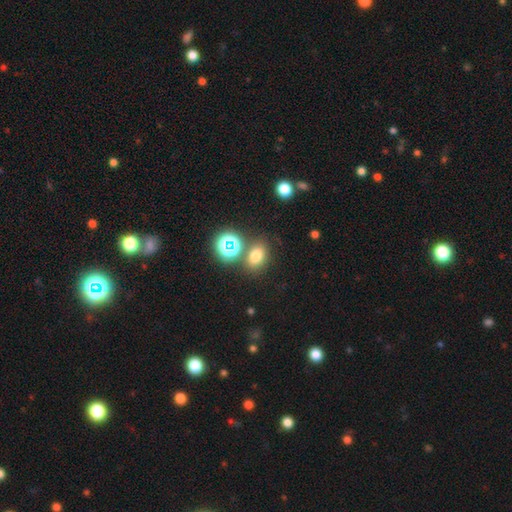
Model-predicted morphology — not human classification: Q: Smooth or featured?
A: smooth (69%); runner-up: star or artifact (22%)
Q: How rounded?
A: in between (59%); runner-up: round (40%)
Q: Merging?
A: none (72%); runner-up: merger (14%)